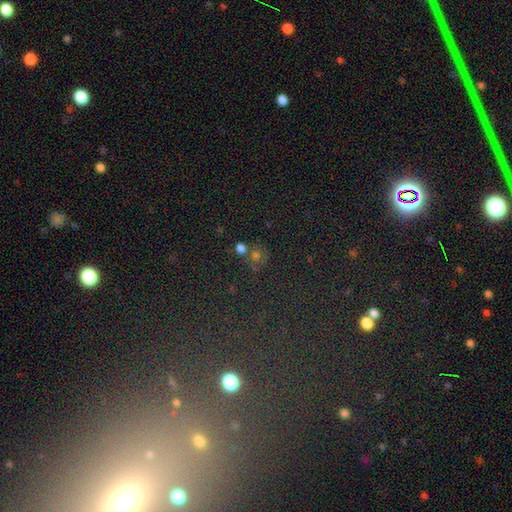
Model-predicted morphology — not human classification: type=smooth (54%); roundness=round (87%); merging=none (63%).